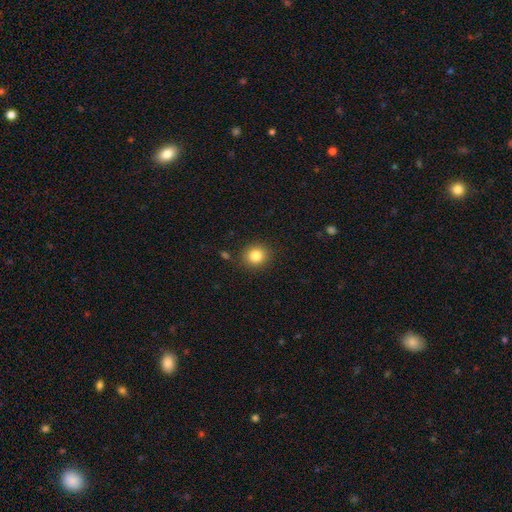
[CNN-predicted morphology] Q: Smooth or featured?
A: smooth (84%); runner-up: star or artifact (10%)
Q: How rounded?
A: round (82%); runner-up: in between (17%)
Q: Merging?
A: none (88%); runner-up: minor disturbance (7%)